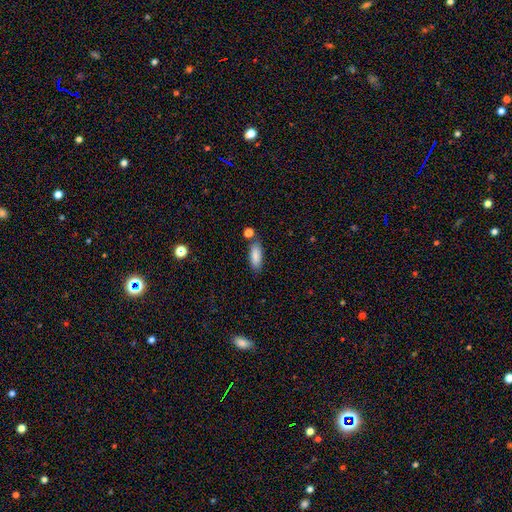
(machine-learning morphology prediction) A smooth galaxy with no disk features (85%) that is in between round and cigar-shaped (73%).

Vote fractions:
- Smooth or featured? smooth: 85% / featured or disk: 8% / star or artifact: 7%
- How rounded? in between: 73% / cigar-shaped: 25% / round: 2%
- Merging? none: 75% / minor disturbance: 13% / merger: 9% / major disturbance: 3%